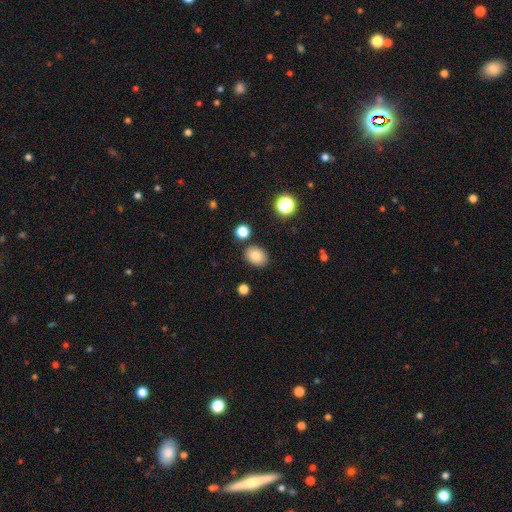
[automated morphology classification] smooth 82%, star or artifact 10%, featured or disk 8%. Down the decision tree: how rounded — in between (71%); merging — none (84%).